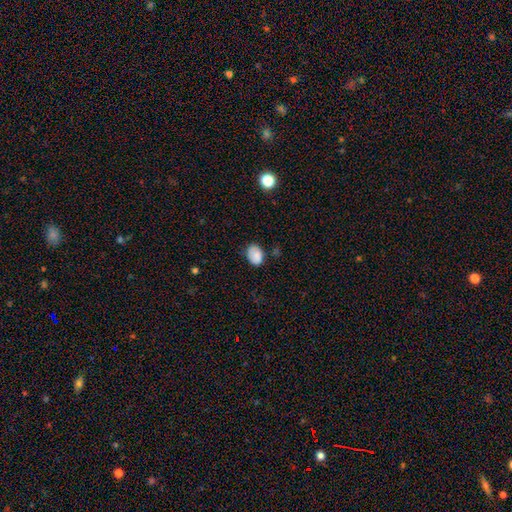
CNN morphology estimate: type=smooth (83%); roundness=in between (75%); merging=none (68%).